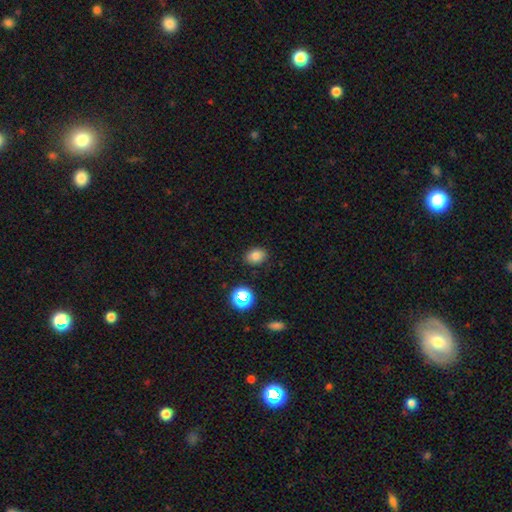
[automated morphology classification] This appears to be a smooth galaxy with no disk features (79%) that is in between round and cigar-shaped (65%). Merging: none (87%).